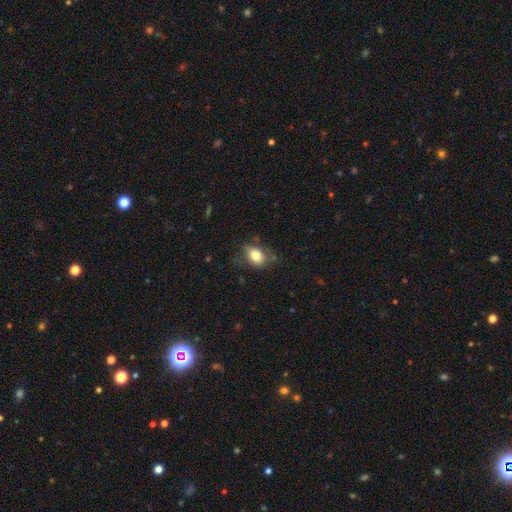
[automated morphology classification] type=smooth (79%); roundness=in between (78%); merging=none (63%).